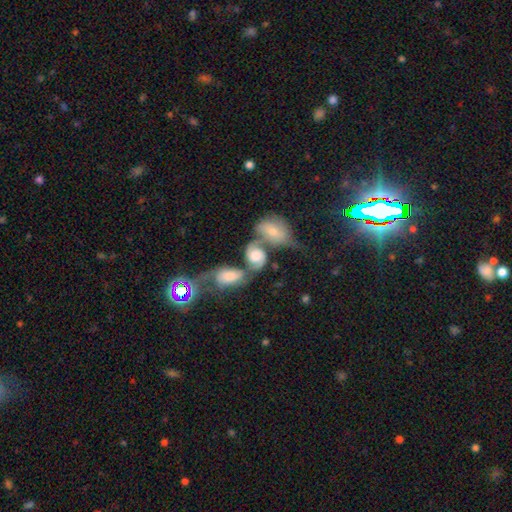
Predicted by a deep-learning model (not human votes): A featured or disk galaxy (59%) with no bar (67%), spiral arms (86%) and a moderate central bulge (36%).

Vote fractions:
- Smooth or featured? featured or disk: 59% / smooth: 32% / star or artifact: 9%
- Edge-on disk? no: 96% / yes: 4%
- Bar? no: 67% / weak: 26% / strong: 8%
- Spiral arms? yes: 86% / no: 14%
- Bulge size? moderate: 36% / large: 33% / small: 16% / none: 8% / dominant: 7%
- Merging? merger: 66% / none: 16% / major disturbance: 9% / minor disturbance: 9%